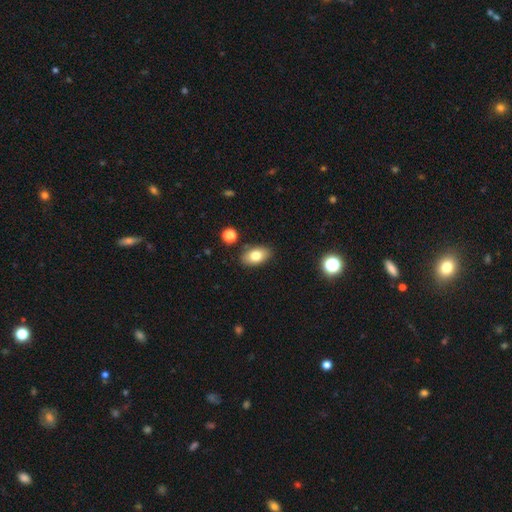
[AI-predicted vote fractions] smooth_or_featured: smooth (p=0.78) [alt: featured or disk p=0.13]
how_rounded: in between (p=0.90) [alt: round p=0.08]
merging: none (p=0.85) [alt: minor disturbance p=0.10]